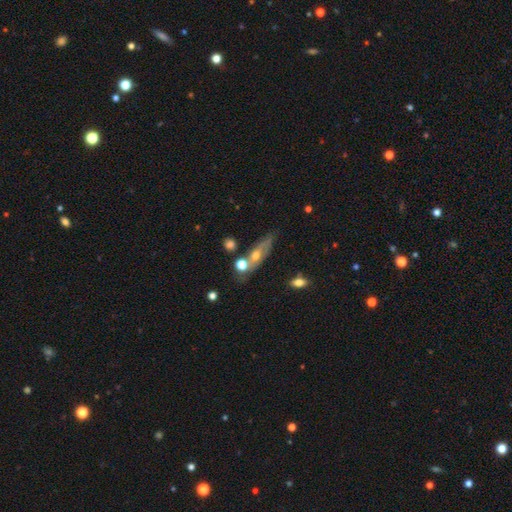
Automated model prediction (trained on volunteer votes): Smooth or featured? Predicted: featured or disk (p=0.49). Merging? Predicted: none (p=0.56).